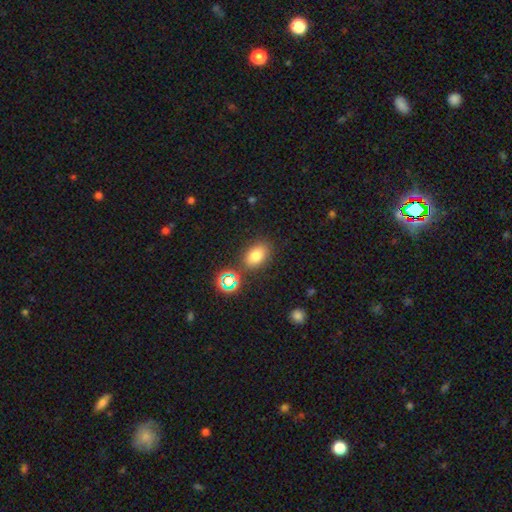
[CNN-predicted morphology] Smooth or featured? Predicted: smooth (p=0.74). How rounded? Predicted: in between (p=0.78). Merging? Predicted: none (p=0.81).